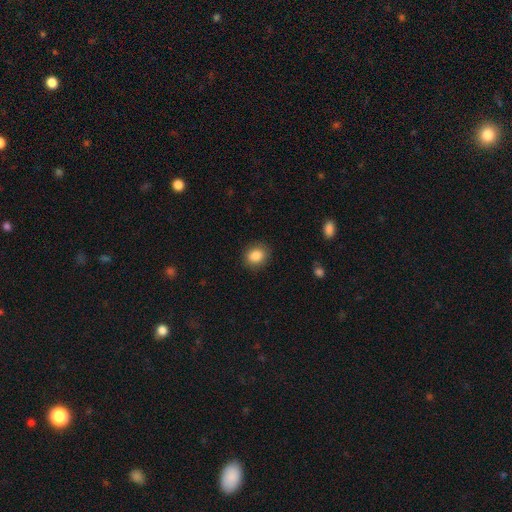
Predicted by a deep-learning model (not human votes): The model was most divided on "how rounded": round: 53%, in between: 46%, cigar-shaped: 1%. More confident: merging — none (87%); smooth or featured — smooth (87%).